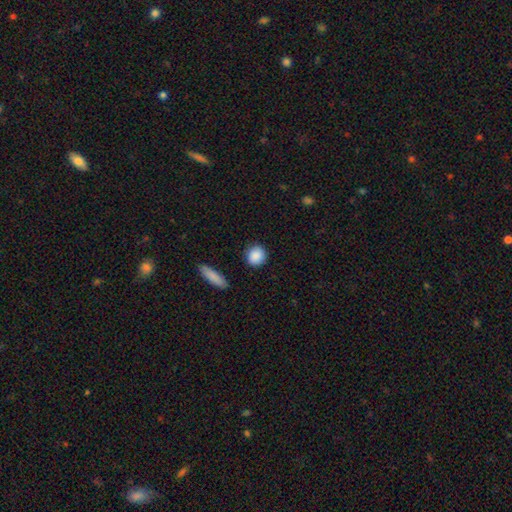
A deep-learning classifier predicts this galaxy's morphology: smooth_or_featured: smooth (p=0.89) [alt: star or artifact p=0.07]
how_rounded: round (p=0.83) [alt: in between p=0.15]
merging: none (p=0.88) [alt: minor disturbance p=0.08]